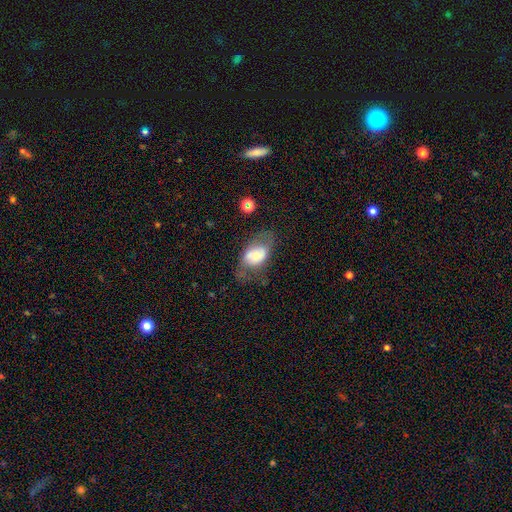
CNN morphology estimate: This is possibly a smooth galaxy (46%). Merging: possibly none (56%).